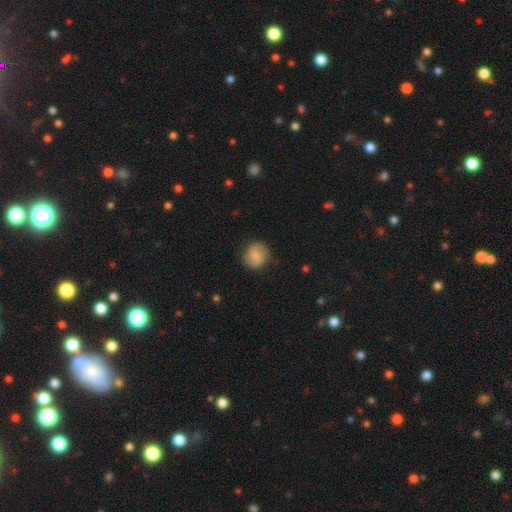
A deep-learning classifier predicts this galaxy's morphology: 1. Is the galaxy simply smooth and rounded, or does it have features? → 73% smooth, 20% featured or disk, 8% star or artifact.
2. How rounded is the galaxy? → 83% round, 16% in between, 1% cigar-shaped.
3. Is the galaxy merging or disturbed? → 80% none, 15% minor disturbance, 4% major disturbance, 1% merger.